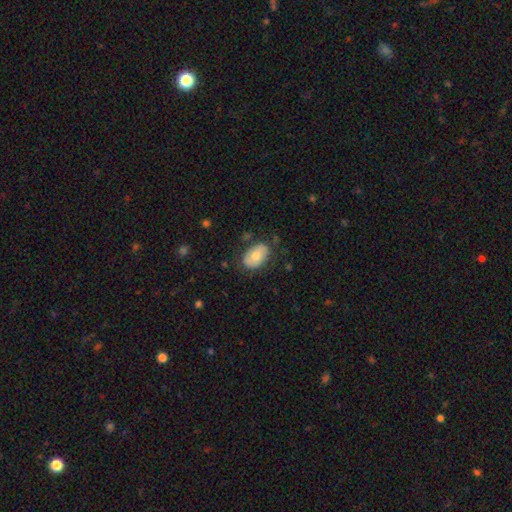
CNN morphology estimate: Smooth or featured? Predicted: smooth (p=0.67). How rounded? Predicted: in between (p=0.88). Merging? Predicted: none (p=0.76).